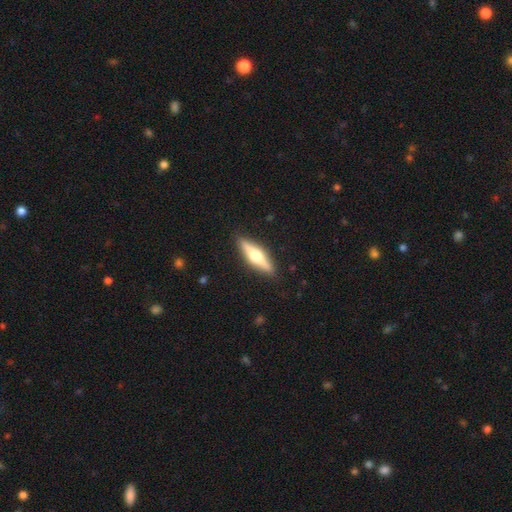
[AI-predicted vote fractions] smooth_or_featured: featured or disk (p=0.62) [alt: smooth p=0.33]
disk_edge_on: yes (p=0.96) [alt: no p=0.04]
edge_on_bulge: rounded (p=0.94) [alt: boxy p=0.04]
merging: none (p=0.89) [alt: minor disturbance p=0.08]